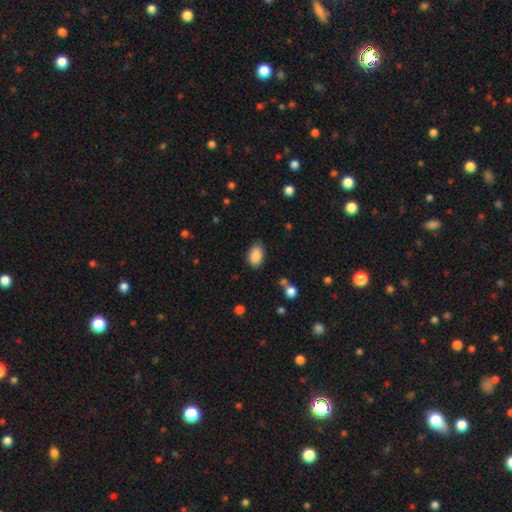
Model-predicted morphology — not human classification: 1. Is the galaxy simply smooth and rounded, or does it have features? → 88% smooth, 7% star or artifact, 4% featured or disk.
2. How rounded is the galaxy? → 92% in between, 7% round, 2% cigar-shaped.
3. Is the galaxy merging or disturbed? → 80% none, 16% minor disturbance, 3% major disturbance, 2% merger.